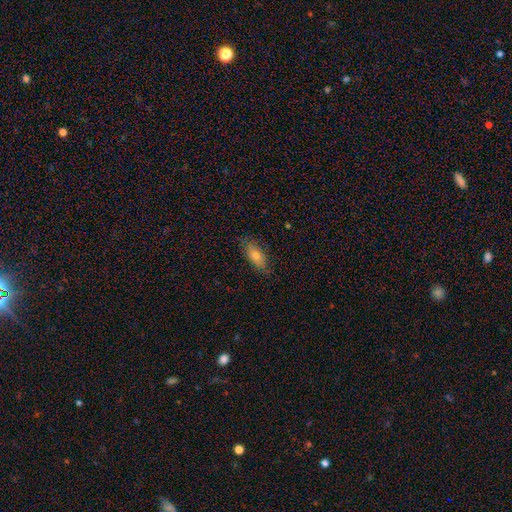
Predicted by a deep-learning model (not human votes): smooth_or_featured: smooth (p=0.68) [alt: featured or disk p=0.24]
how_rounded: in between (p=0.76) [alt: cigar-shaped p=0.21]
merging: none (p=0.78) [alt: minor disturbance p=0.18]